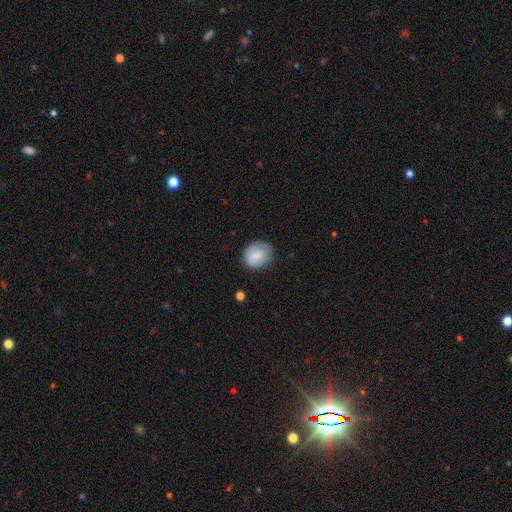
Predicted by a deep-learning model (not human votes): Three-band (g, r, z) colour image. It shows a smooth galaxy with no disk features (78%) that is round (63%). Merging: none (74%).